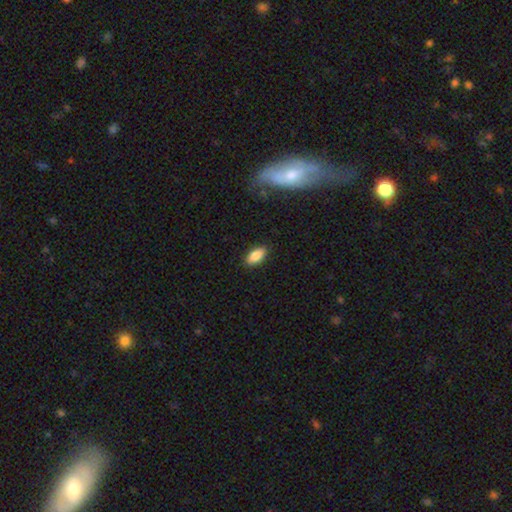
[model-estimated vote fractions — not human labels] This is clearly a smooth galaxy (84%). How rounded: clearly in between (89%). Merging: clearly none (88%).